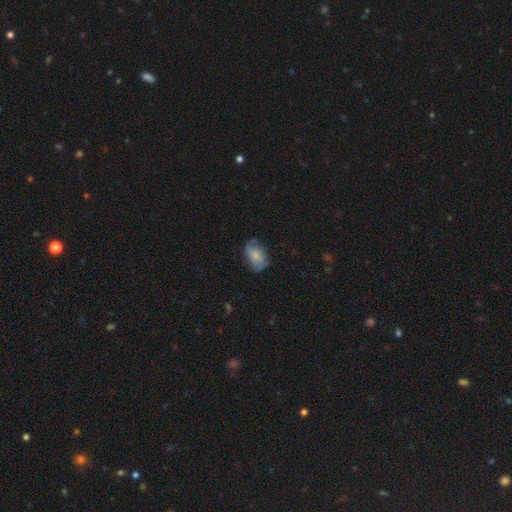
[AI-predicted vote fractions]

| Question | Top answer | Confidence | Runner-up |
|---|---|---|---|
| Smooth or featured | smooth | 66% | featured or disk (26%) |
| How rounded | in between | 88% | round (10%) |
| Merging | none | 58% | minor disturbance (30%) |